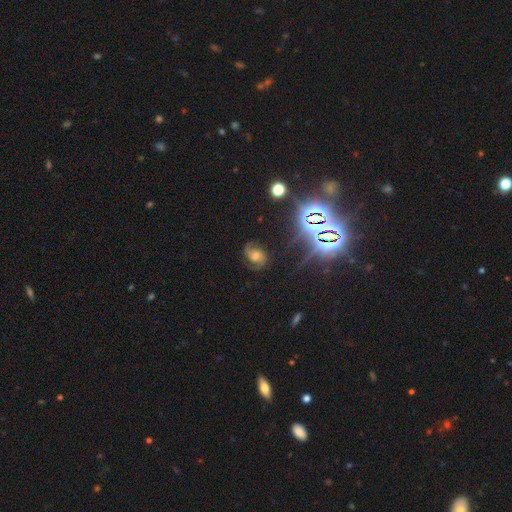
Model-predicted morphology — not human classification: Smooth or featured: featured or disk — 54% (star or artifact — 30%)
Edge-on disk: no — 96% (yes — 4%)
Bar: no — 60% (weak — 30%)
Spiral arms: yes — 90% (no — 10%)
Bulge size: moderate — 52% (small — 29%)
Merging: none — 69% (minor disturbance — 18%)